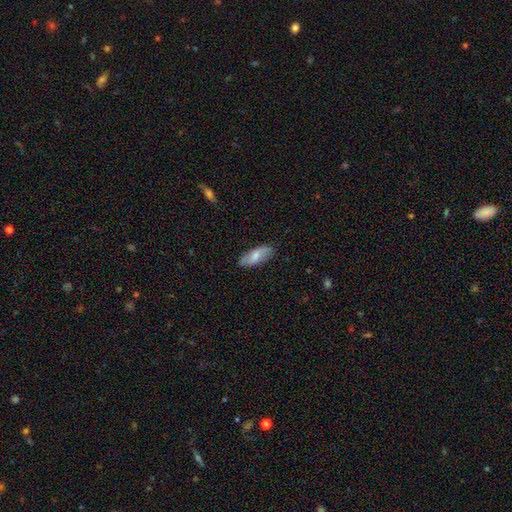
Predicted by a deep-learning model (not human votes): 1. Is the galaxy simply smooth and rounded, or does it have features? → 64% smooth, 30% featured or disk, 6% star or artifact.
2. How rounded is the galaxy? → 81% in between, 17% cigar-shaped, 2% round.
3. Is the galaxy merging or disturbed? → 82% none, 14% minor disturbance, 3% major disturbance, 1% merger.